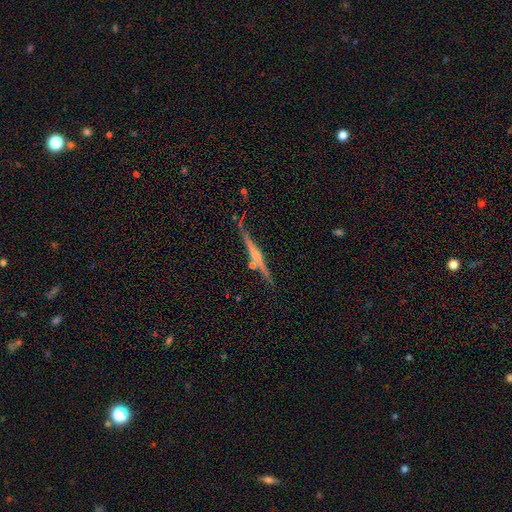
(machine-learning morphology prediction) This is likely a featured or disk galaxy (78%). It is clearly viewed edge-on (98%). Edge-on bulge: likely rounded (78%). Merging: clearly none (81%).